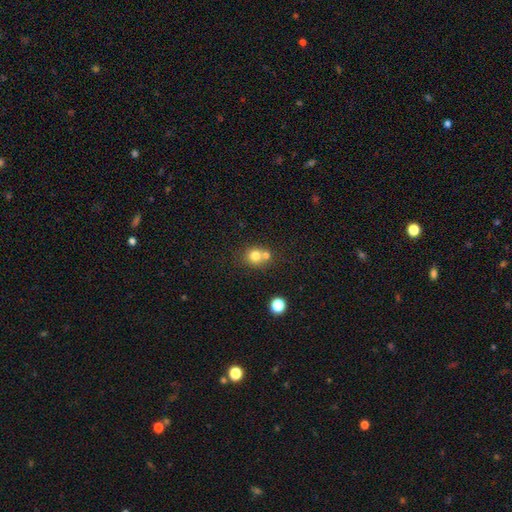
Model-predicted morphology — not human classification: Q: Smooth or featured?
A: smooth (76%); runner-up: star or artifact (13%)
Q: How rounded?
A: round (82%); runner-up: in between (18%)
Q: Merging?
A: merger (45%); tied with: none (45%)